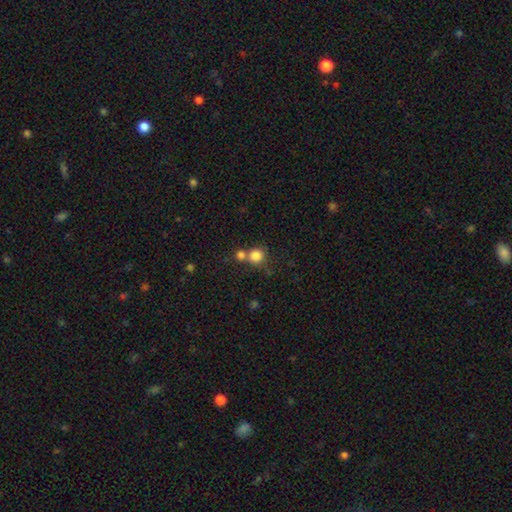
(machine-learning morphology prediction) smooth_or_featured: smooth (p=0.82) [alt: star or artifact p=0.11]
how_rounded: round (p=0.89) [alt: in between p=0.10]
merging: none (p=0.49) [alt: merger p=0.40]